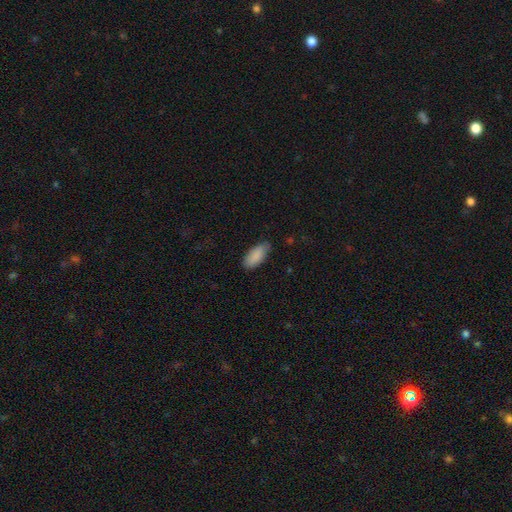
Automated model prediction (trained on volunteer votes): smooth_or_featured: smooth (p=0.89) [alt: star or artifact p=0.06]
how_rounded: in between (p=0.86) [alt: cigar-shaped p=0.13]
merging: none (p=0.79) [alt: minor disturbance p=0.17]